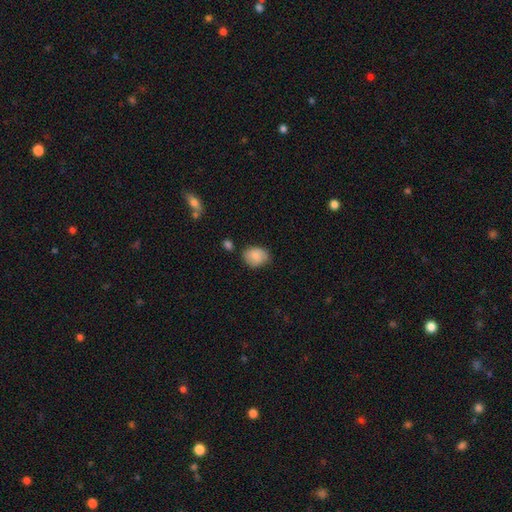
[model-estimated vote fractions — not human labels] smooth_or_featured: smooth (p=0.84) [alt: featured or disk p=0.09]
how_rounded: in between (p=0.62) [alt: round p=0.37]
merging: none (p=0.71) [alt: minor disturbance p=0.22]